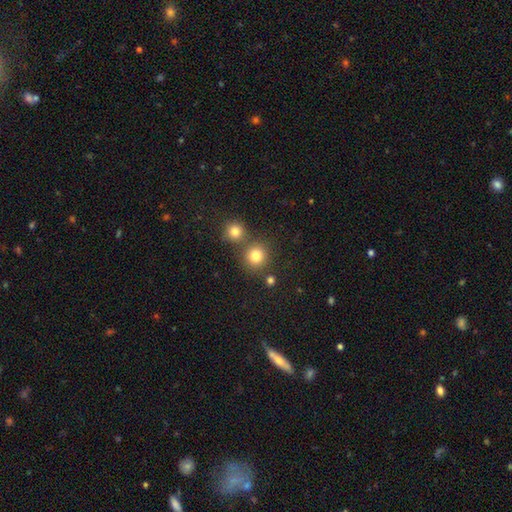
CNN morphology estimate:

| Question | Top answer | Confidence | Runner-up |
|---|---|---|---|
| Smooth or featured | smooth | 80% | star or artifact (14%) |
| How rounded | round | 90% | in between (9%) |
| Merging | none | 71% | merger (19%) |